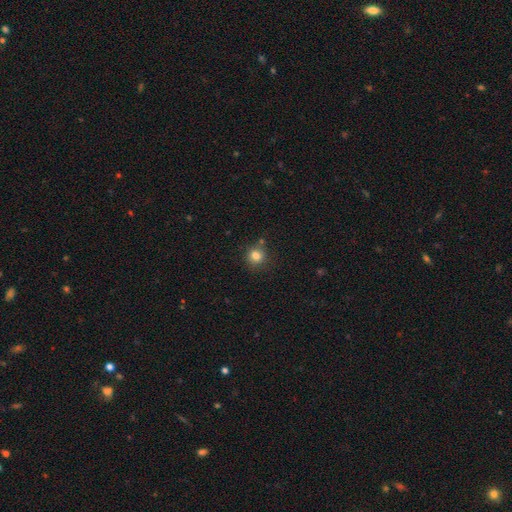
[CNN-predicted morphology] This appears to be a smooth galaxy with no disk features (82%) that is round (89%). Merging: none (77%).